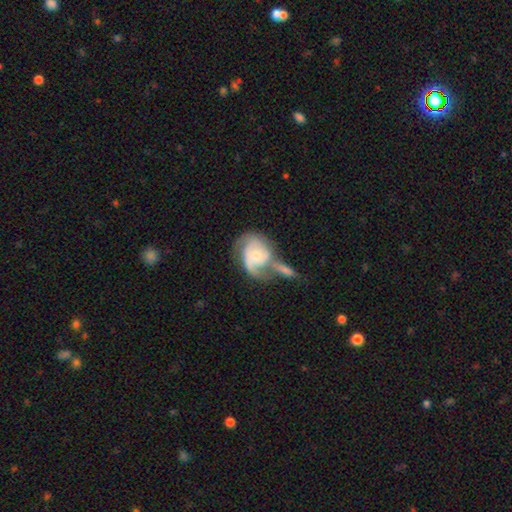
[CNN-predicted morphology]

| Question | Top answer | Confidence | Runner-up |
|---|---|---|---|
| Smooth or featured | featured or disk | 75% | smooth (20%) |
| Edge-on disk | no | 97% | yes (3%) |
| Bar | no | 66% | weak (28%) |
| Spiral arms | yes | 91% | no (9%) |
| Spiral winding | medium | 46% | tight (34%) |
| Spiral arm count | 2 | 68% | can't tell (14%) |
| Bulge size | small | 54% | moderate (37%) |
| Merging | merger | 46% | none (24%) |